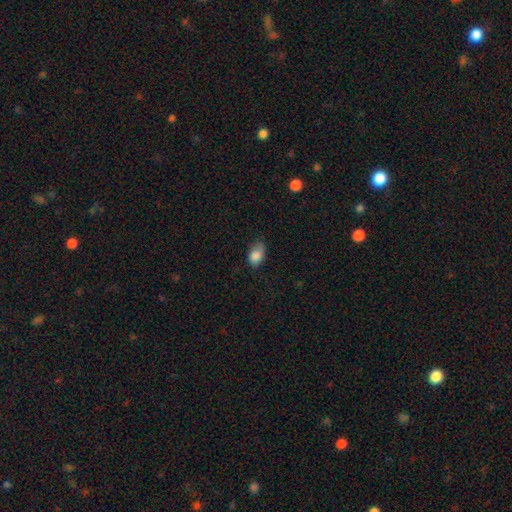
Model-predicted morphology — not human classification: smooth_or_featured: smooth (p=0.85) [alt: star or artifact p=0.08]
how_rounded: in between (p=0.84) [alt: round p=0.15]
merging: none (p=0.52) [alt: minor disturbance p=0.37]